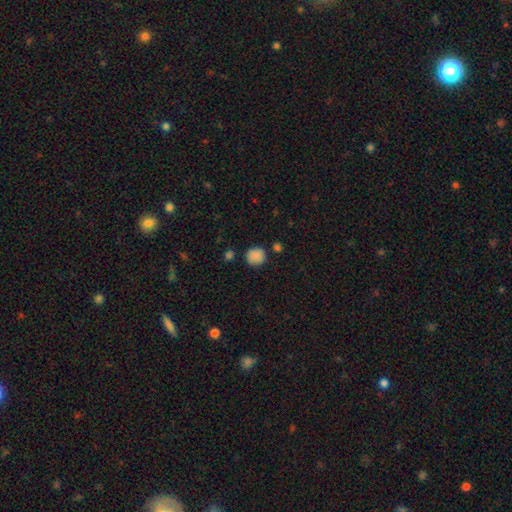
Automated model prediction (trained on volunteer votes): Morphology: type=smooth (86%); roundness=round (88%); merging=none (78%).